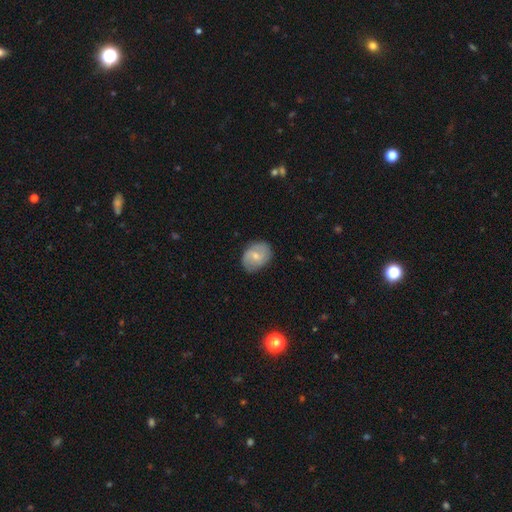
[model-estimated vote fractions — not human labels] The model was most divided on "smooth or featured": featured or disk: 48%, smooth: 45%, star or artifact: 7%. More confident: merging — none (78%).